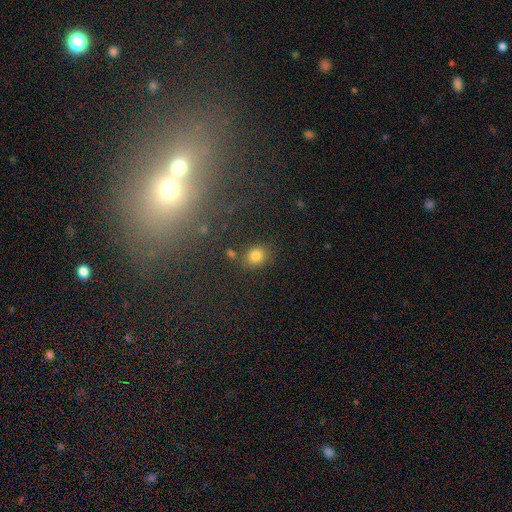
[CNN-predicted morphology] Smooth or featured?
  - smooth: 80% *
  - star or artifact: 13%
  - featured or disk: 7%
How rounded?
  - round: 64% *
  - in between: 35%
  - cigar-shaped: 1%
Merging?
  - none: 78% *
  - minor disturbance: 12%
  - merger: 6%
  - major disturbance: 4%